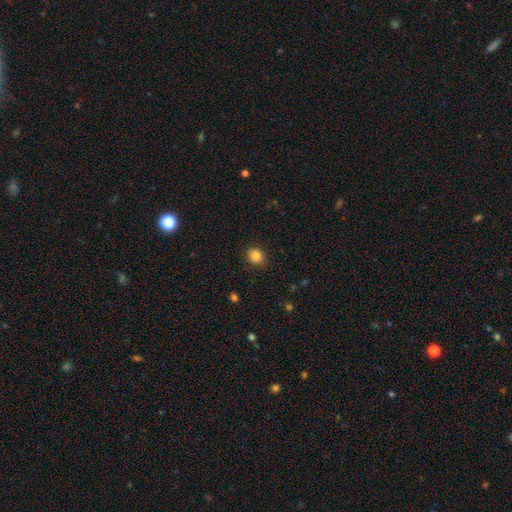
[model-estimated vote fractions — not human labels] Morphology: type=smooth (85%); roundness=round (70%); merging=none (86%).